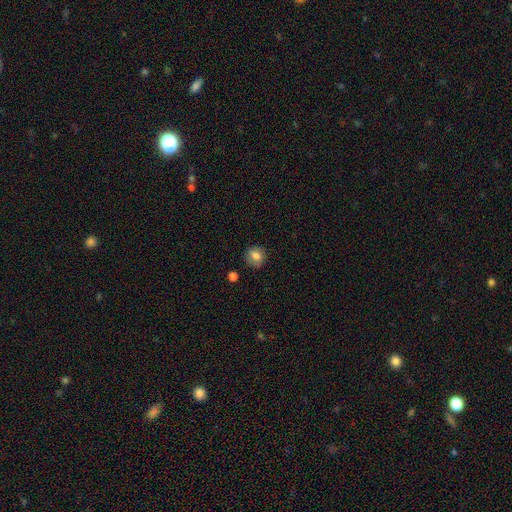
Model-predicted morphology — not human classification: A smooth galaxy with no disk features (81%) that is round (74%). Merging: none (81%).